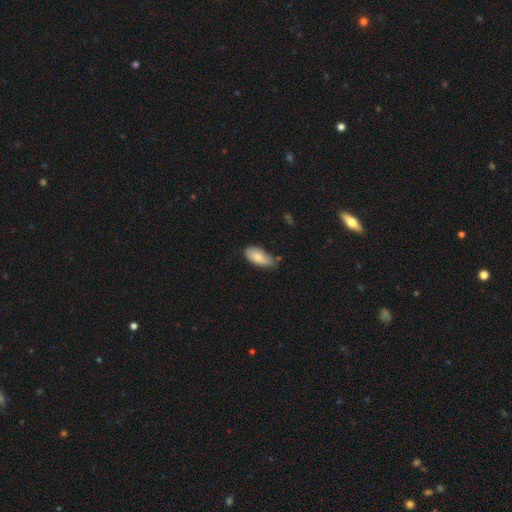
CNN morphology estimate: A smooth galaxy with no disk features (80%) that is in between round and cigar-shaped (88%). Merging: none (63%).